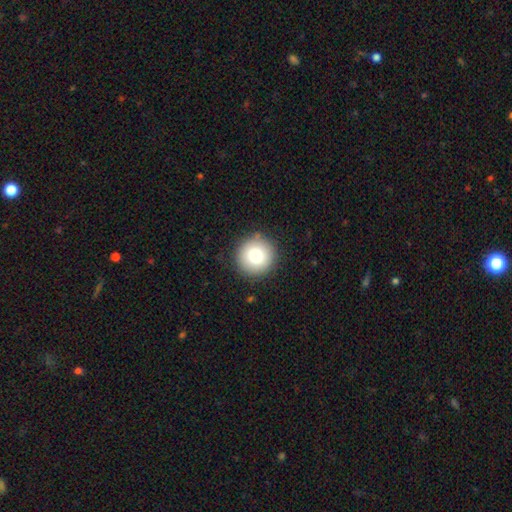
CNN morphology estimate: The model was most divided on "smooth or featured": smooth: 77%, featured or disk: 12%, star or artifact: 11%. More confident: how rounded — round (96%); merging — none (90%).